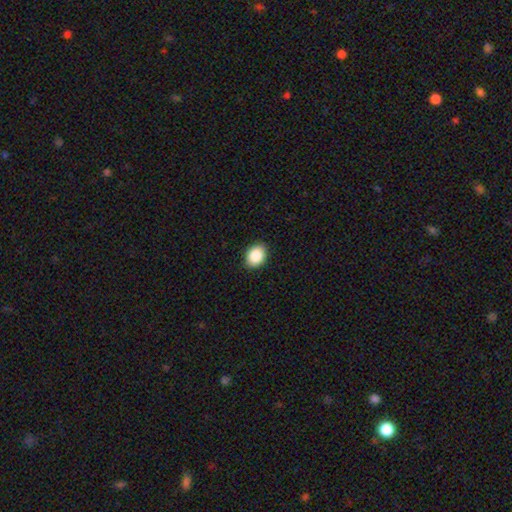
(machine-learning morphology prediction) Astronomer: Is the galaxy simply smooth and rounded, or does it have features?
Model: smooth — 87%.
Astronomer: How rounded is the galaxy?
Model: in between — 62% (runner-up: round, 37%).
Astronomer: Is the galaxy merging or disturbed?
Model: none — 90%.